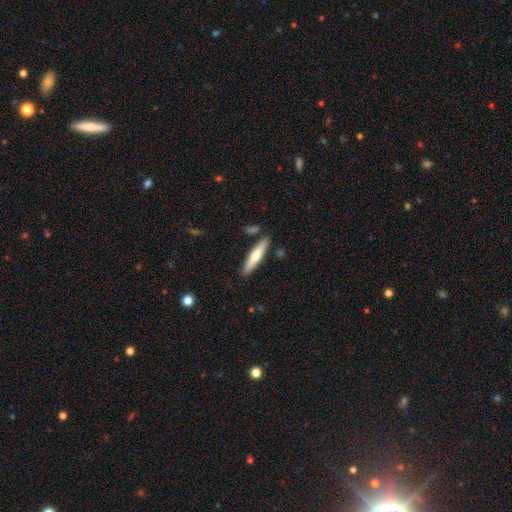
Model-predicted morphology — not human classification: Overall: smooth (62%; featured or disk 33%). How rounded: cigar-shaped (86%). Merging: none (86%).